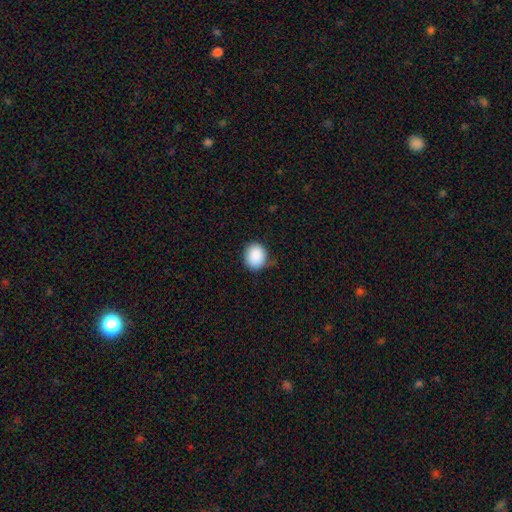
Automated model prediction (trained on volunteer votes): Overall: smooth (89%). How rounded: round (72%). Merging: none (79%).